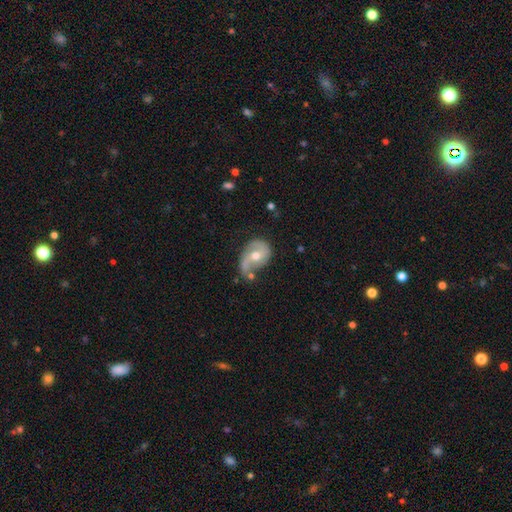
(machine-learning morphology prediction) Smooth or featured? featured or disk (70%)
Edge-on disk? no (97%)
Bar? no (52%)
Spiral arms? yes (86%)
Spiral winding? loose (49%)
Spiral arm count? 2 (72%)
Bulge size? moderate (70%)
Merging? none (44%)